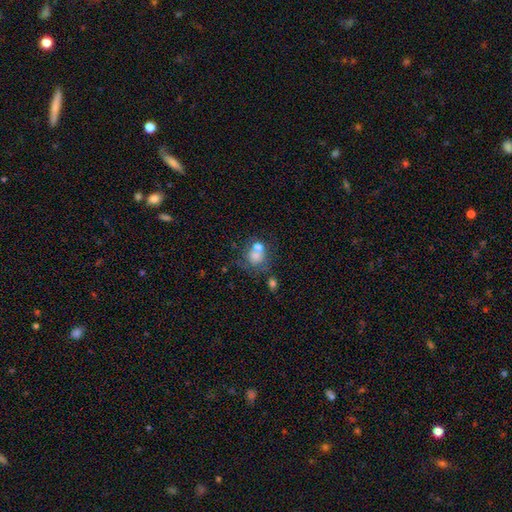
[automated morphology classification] Smooth or featured? smooth (64%)
How rounded? round (73%)
Merging? none (39%)